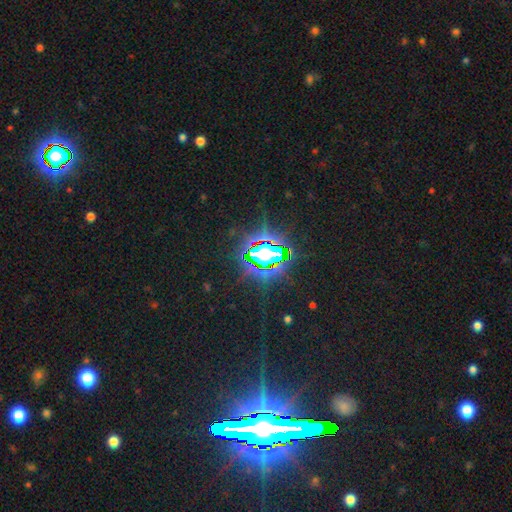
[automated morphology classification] Smooth or featured? Predicted: star or artifact (p=0.82).